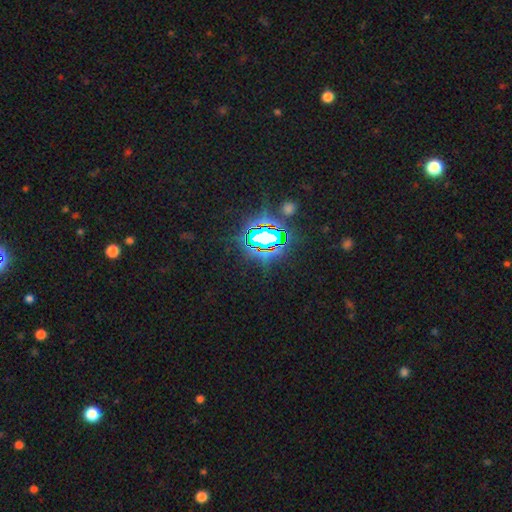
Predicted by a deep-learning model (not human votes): star or artifact 84%, smooth 9%, featured or disk 7%.